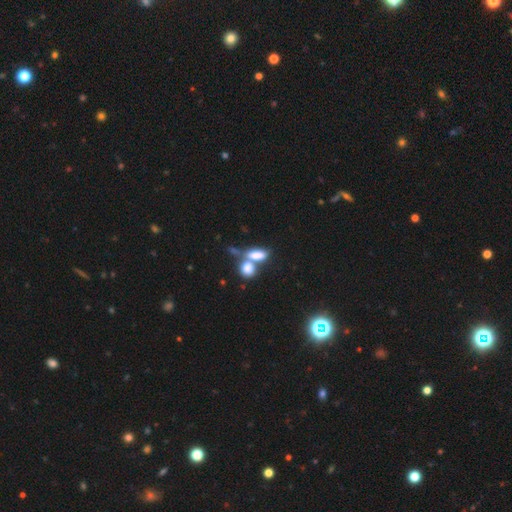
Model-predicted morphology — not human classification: This appears to be a smooth galaxy with no disk features (74%) that is in between round and cigar-shaped (72%). Merging: merger (57%).